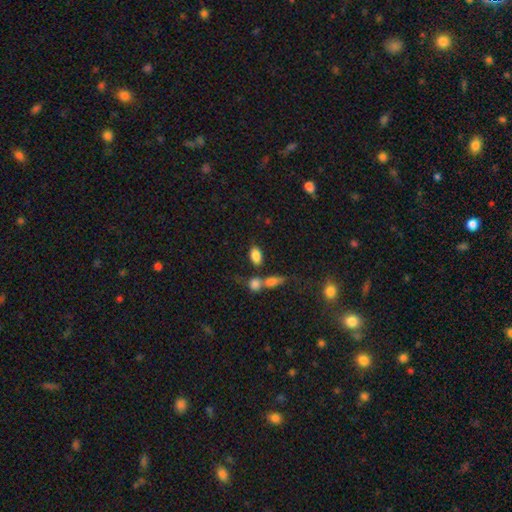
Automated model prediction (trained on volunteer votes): Overall: smooth (84%). How rounded: in between (89%). Merging: none (56%; merger 26%).